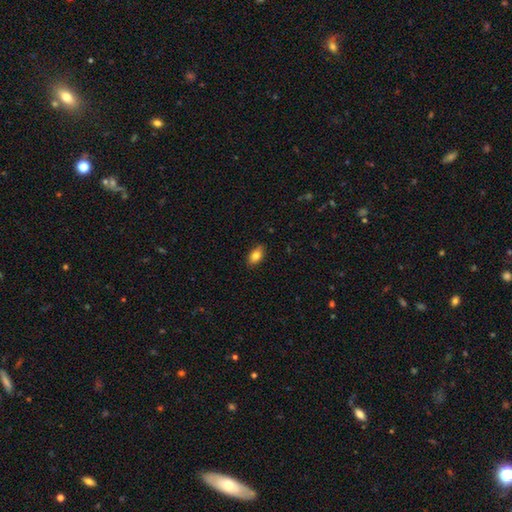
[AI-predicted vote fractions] Smooth or featured?
  - smooth: 82% *
  - featured or disk: 11%
  - star or artifact: 8%
How rounded?
  - in between: 88% *
  - round: 7%
  - cigar-shaped: 4%
Merging?
  - none: 86% *
  - minor disturbance: 11%
  - major disturbance: 2%
  - merger: 1%